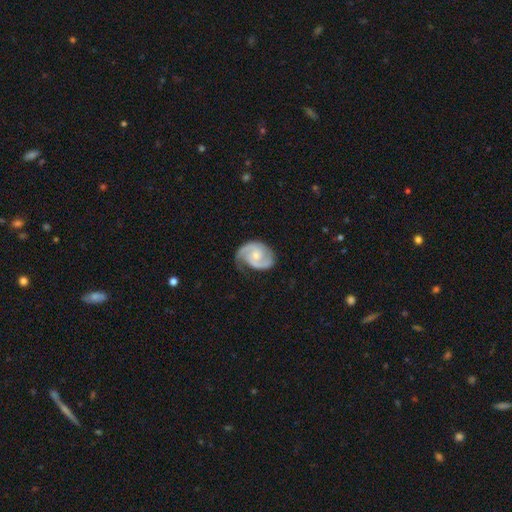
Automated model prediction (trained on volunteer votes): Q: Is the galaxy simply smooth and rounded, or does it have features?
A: featured or disk — 88%.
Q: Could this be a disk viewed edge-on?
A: no — 98%.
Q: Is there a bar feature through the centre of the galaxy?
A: no — 64%.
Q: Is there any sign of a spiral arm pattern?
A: yes — 98%.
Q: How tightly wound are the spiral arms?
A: medium — 50%.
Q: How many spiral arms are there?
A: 2 — 89%.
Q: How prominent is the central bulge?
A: small — 51%.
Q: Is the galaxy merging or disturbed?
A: none — 71%.